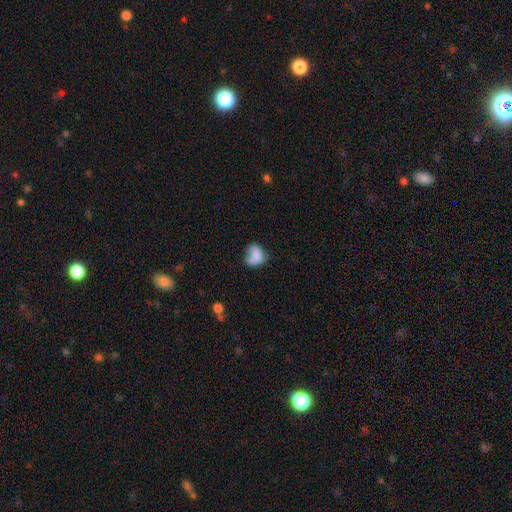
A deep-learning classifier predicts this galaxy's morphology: A smooth galaxy with no disk features (68%) that is in between round and cigar-shaped (55%).

Vote fractions:
- Smooth or featured? smooth: 68% / featured or disk: 23% / star or artifact: 10%
- How rounded? in between: 55% / round: 43% / cigar-shaped: 2%
- Merging? none: 35% / minor disturbance: 27% / major disturbance: 25% / merger: 12%